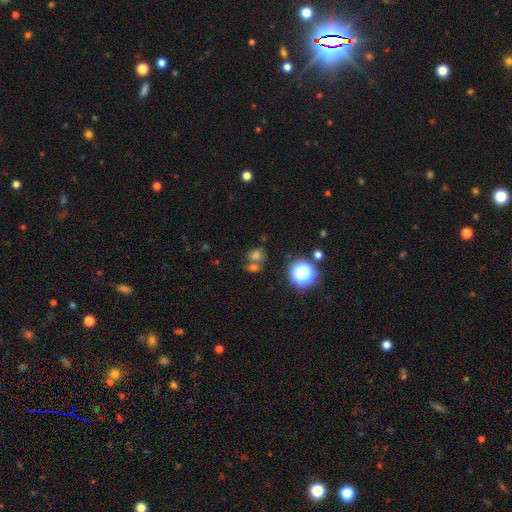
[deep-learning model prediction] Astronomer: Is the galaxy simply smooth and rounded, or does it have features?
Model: smooth — 65%.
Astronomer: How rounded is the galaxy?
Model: round — 63%.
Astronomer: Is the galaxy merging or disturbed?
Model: none — 49% (runner-up: merger, 36%).